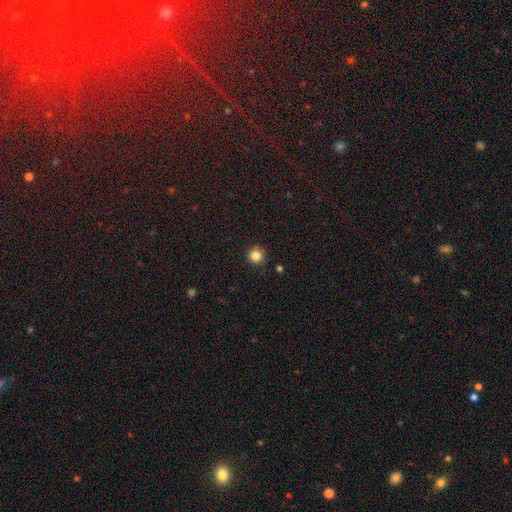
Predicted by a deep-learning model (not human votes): This is clearly a smooth galaxy (83%). How rounded: clearly round (95%). Merging: clearly none (90%).